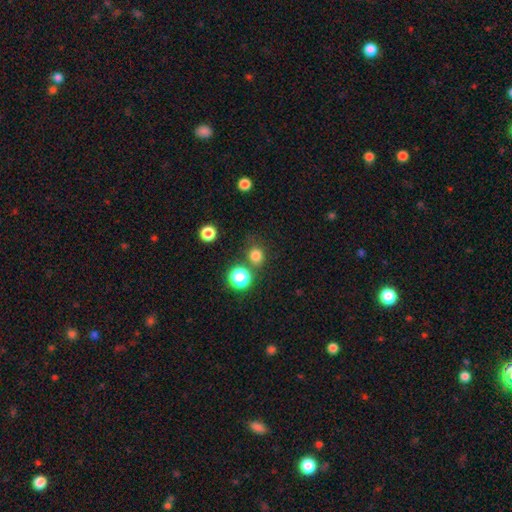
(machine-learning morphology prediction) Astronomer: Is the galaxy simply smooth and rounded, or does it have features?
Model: smooth — 77%.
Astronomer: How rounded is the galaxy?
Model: round — 84%.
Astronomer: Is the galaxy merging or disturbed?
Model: none — 73%.